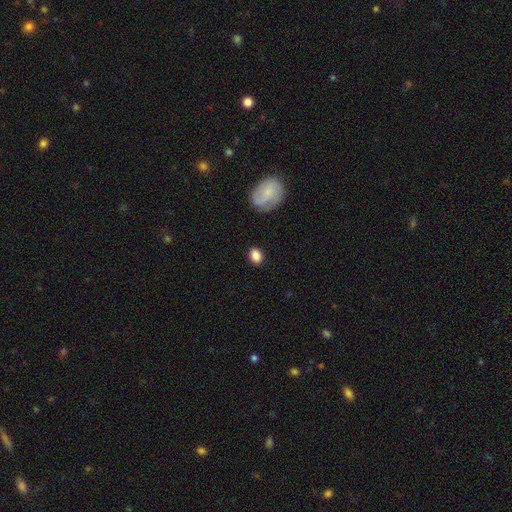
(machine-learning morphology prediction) A smooth galaxy with no disk features (86%) that is in between round and cigar-shaped (68%).

Vote fractions:
- Smooth or featured? smooth: 86% / star or artifact: 8% / featured or disk: 6%
- How rounded? in between: 68% / round: 31% / cigar-shaped: 2%
- Merging? none: 85% / minor disturbance: 11% / major disturbance: 3% / merger: 2%